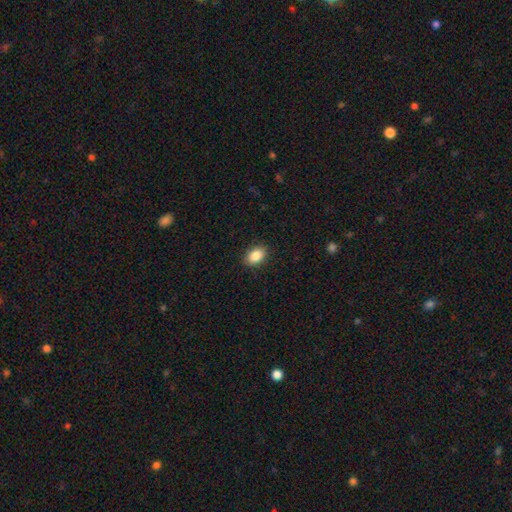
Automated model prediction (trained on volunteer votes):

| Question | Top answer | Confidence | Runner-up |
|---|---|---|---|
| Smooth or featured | smooth | 88% | star or artifact (8%) |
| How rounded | in between | 83% | round (16%) |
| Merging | none | 89% | minor disturbance (8%) |